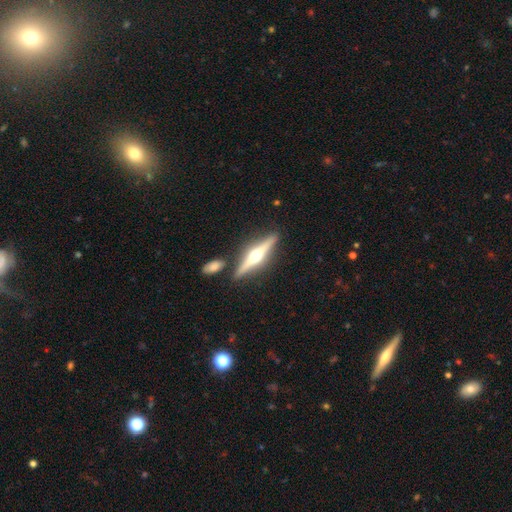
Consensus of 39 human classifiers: This is likely a featured or disk galaxy (79%). It is clearly viewed edge-on (100%). Edge-on bulge: clearly rounded (90%). Merging: clearly none (86%).